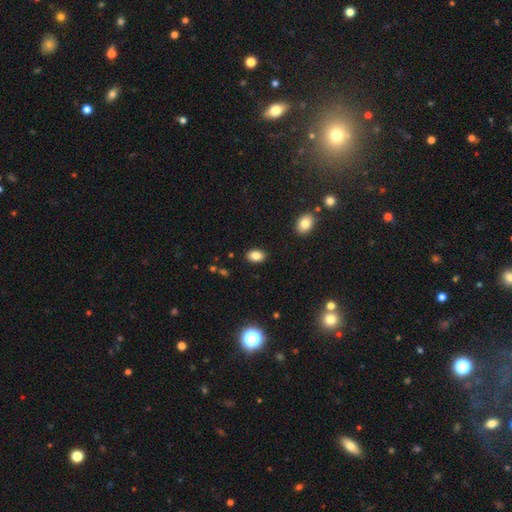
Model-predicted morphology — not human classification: This is clearly a smooth galaxy (85%). How rounded: clearly in between (88%). Merging: clearly none (89%).